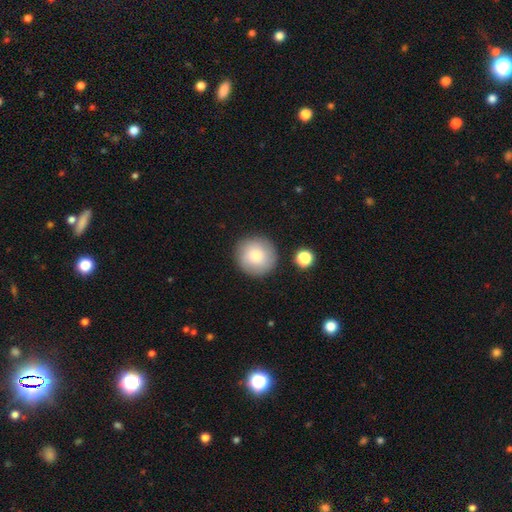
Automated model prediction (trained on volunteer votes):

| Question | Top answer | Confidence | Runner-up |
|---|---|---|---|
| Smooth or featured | smooth | 82% | featured or disk (11%) |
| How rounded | round | 94% | in between (5%) |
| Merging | none | 86% | minor disturbance (8%) |